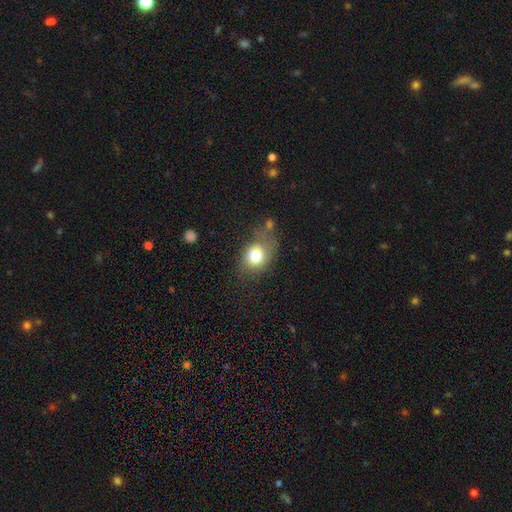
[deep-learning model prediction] smooth 74%, featured or disk 16%, star or artifact 10%. Down the decision tree: how rounded — round (54%); merging — none (50%).